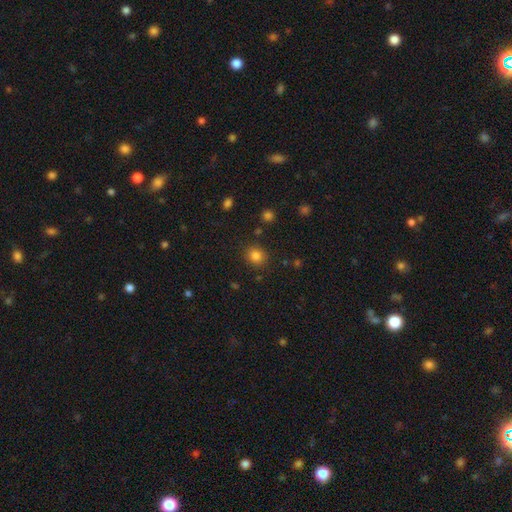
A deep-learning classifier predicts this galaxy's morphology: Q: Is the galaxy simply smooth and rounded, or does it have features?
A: smooth — 83%.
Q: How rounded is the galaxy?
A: round — 77%.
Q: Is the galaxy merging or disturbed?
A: none — 86%.